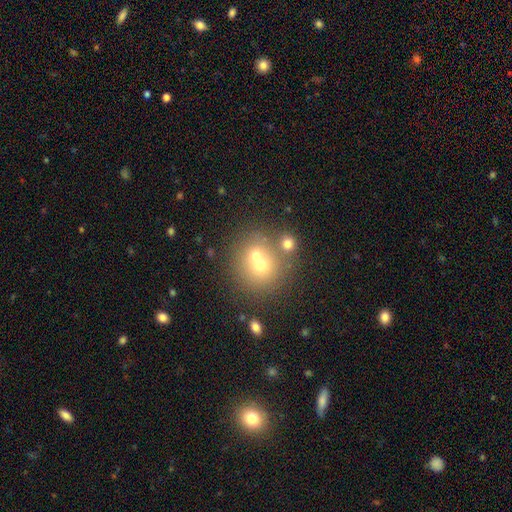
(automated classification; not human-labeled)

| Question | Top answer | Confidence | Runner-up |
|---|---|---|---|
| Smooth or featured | smooth | 64% | featured or disk (21%) |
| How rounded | round | 86% | in between (13%) |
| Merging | merger | 47% | none (43%) |